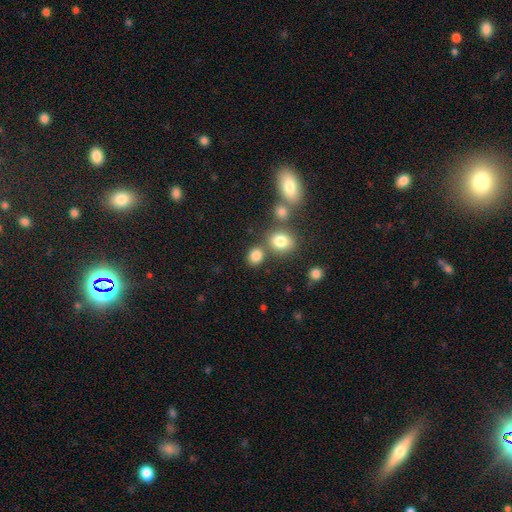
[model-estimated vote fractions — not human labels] The model was most divided on "how rounded": round: 68%, in between: 31%, cigar-shaped: 1%. More confident: smooth or featured — smooth (81%); merging — none (67%).